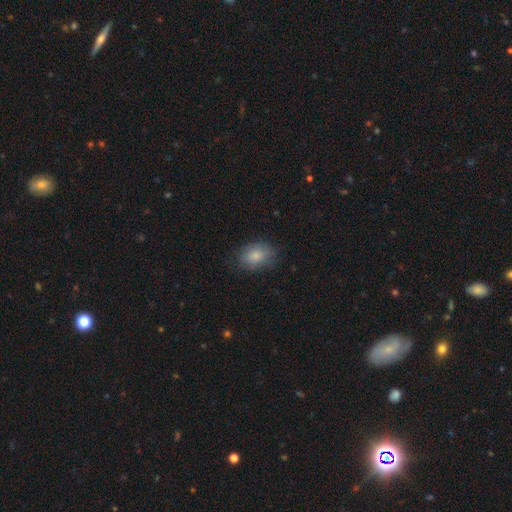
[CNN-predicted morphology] This is clearly a smooth galaxy (82%). How rounded: likely in between (74%). Merging: likely none (75%).